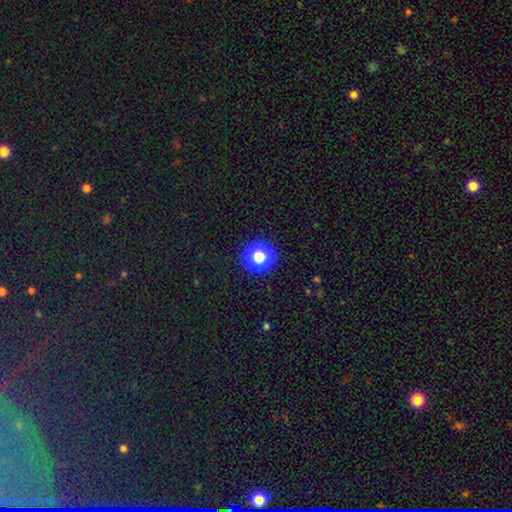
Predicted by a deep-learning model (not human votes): Overall: star or artifact (55%; smooth 39%).